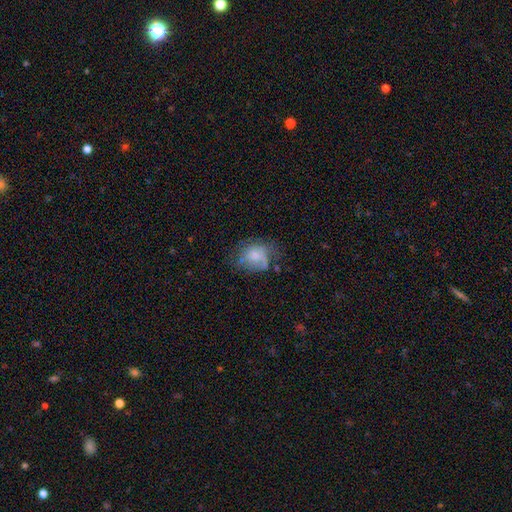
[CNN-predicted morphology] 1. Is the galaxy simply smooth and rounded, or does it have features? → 57% smooth, 33% featured or disk, 10% star or artifact.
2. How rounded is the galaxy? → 50% in between, 49% round, 1% cigar-shaped.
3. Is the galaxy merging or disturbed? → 36% none, 30% major disturbance, 29% minor disturbance, 4% merger.